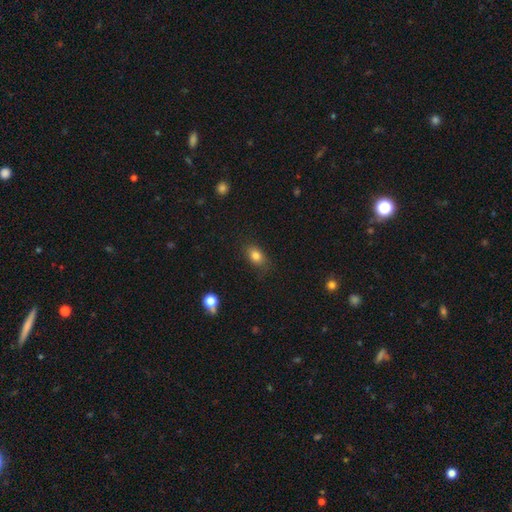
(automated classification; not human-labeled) Q: Smooth or featured?
A: smooth (82%); runner-up: star or artifact (10%)
Q: How rounded?
A: in between (77%); runner-up: round (20%)
Q: Merging?
A: none (79%); runner-up: minor disturbance (16%)